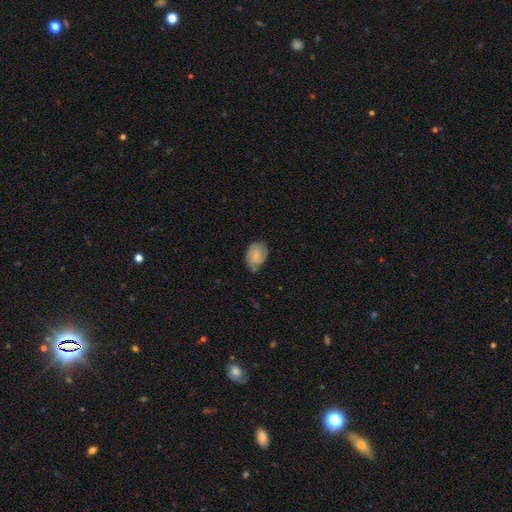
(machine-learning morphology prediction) type=smooth (60%); roundness=in between (79%); merging=none (55%).